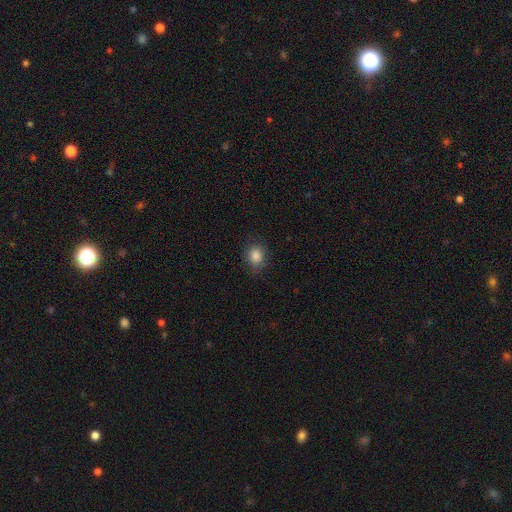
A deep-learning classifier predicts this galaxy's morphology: smooth 85%, star or artifact 10%, featured or disk 5%. Down the decision tree: how rounded — round (59%); merging — none (83%).